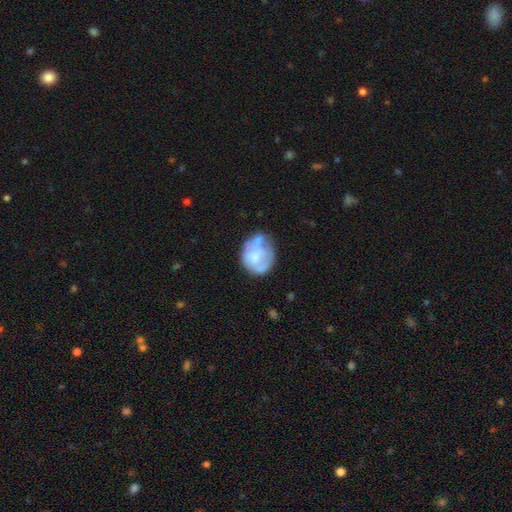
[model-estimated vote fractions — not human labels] Smooth or featured?
  - smooth: 49% *
  - featured or disk: 43%
  - star or artifact: 8%
Merging?
  - none: 47% *
  - minor disturbance: 27%
  - major disturbance: 15%
  - merger: 10%